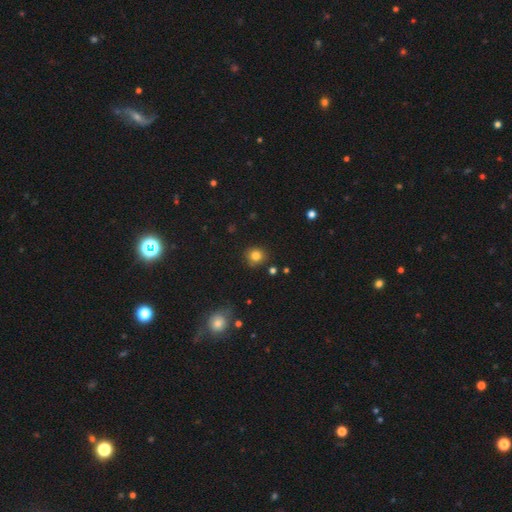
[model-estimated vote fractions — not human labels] smooth-or-featured: smooth: 82% | star or artifact: 12% | featured or disk: 6%
  how-rounded: round: 88% | in between: 11% | cigar-shaped: 1%
  merging: none: 84% | minor disturbance: 11% | major disturbance: 3% | merger: 2%